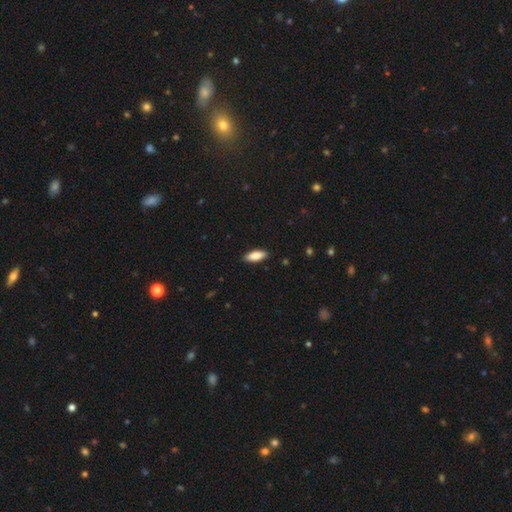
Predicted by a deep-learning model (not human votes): This is clearly a smooth galaxy (85%). How rounded: likely in between (70%). Merging: clearly none (89%).